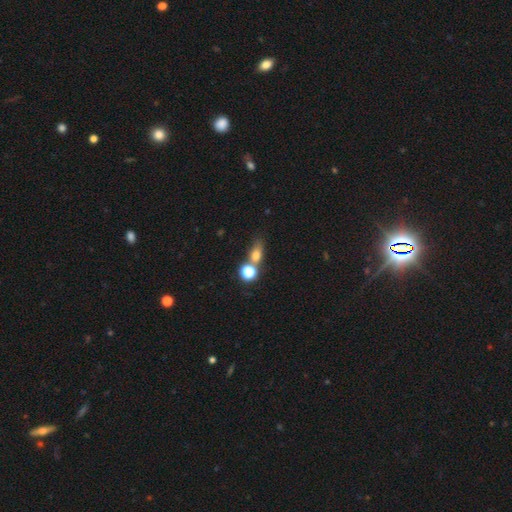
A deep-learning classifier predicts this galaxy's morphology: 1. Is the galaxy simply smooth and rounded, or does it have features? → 69% smooth, 18% star or artifact, 13% featured or disk.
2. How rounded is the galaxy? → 53% in between, 38% round, 9% cigar-shaped.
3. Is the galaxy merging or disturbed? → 45% none, 33% merger, 14% minor disturbance, 8% major disturbance.